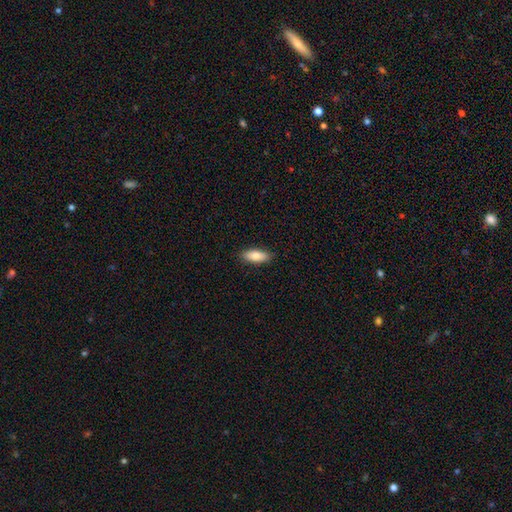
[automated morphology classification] Smooth or featured?
  - smooth: 81% *
  - featured or disk: 13%
  - star or artifact: 6%
How rounded?
  - in between: 77% *
  - cigar-shaped: 21%
  - round: 2%
Merging?
  - none: 88% *
  - minor disturbance: 9%
  - major disturbance: 2%
  - merger: 1%